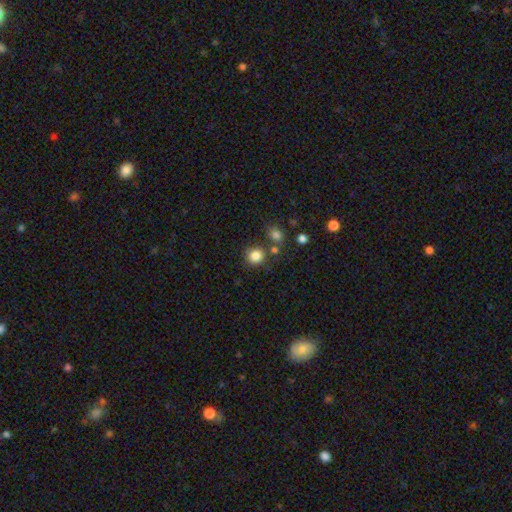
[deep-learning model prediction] smooth-or-featured: smooth: 84% | star or artifact: 11% | featured or disk: 5%
  how-rounded: round: 88% | in between: 11% | cigar-shaped: 1%
  merging: none: 74% | merger: 11% | minor disturbance: 11% | major disturbance: 4%